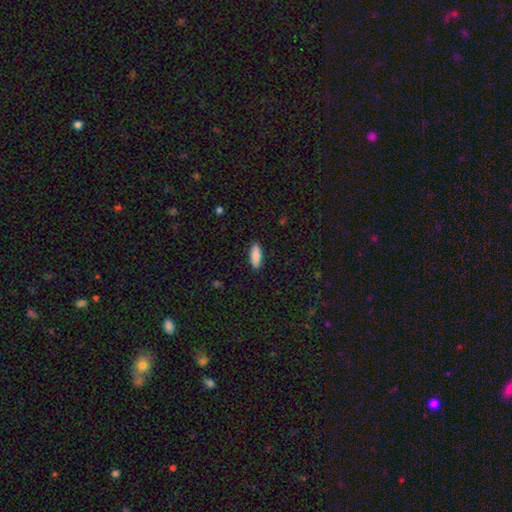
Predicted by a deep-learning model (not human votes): A smooth galaxy with no disk features (89%) that is in between round and cigar-shaped (73%).

Vote fractions:
- Smooth or featured? smooth: 89% / star or artifact: 6% / featured or disk: 5%
- How rounded? in between: 73% / cigar-shaped: 26% / round: 2%
- Merging? none: 90% / minor disturbance: 7% / major disturbance: 2% / merger: 1%